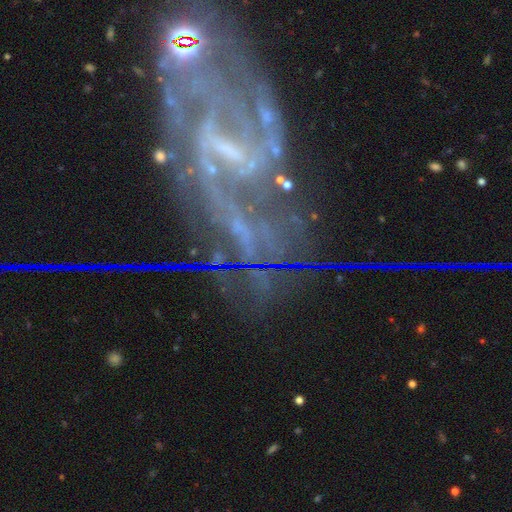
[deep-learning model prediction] Morphology: type=featured or disk (81%); edge-on=no (95%); bar=weak (42%); spiral arms=yes (90%); winding=medium (46%); arm count=2 (52%); bulge=small (51%); merging=none (52%).